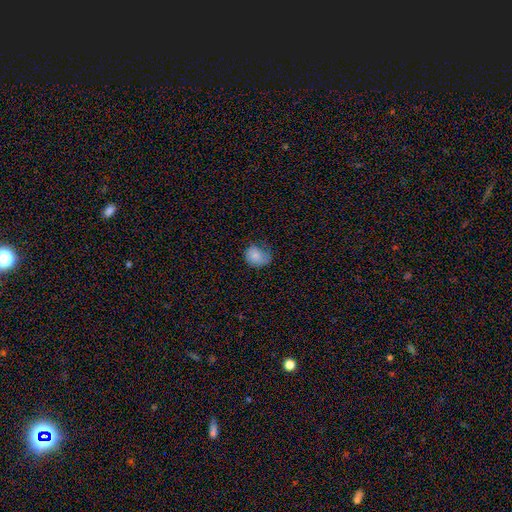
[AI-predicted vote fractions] smooth_or_featured: smooth (p=0.80) [alt: featured or disk p=0.11]
how_rounded: in between (p=0.54) [alt: round p=0.45]
merging: none (p=0.46) [alt: minor disturbance p=0.36]